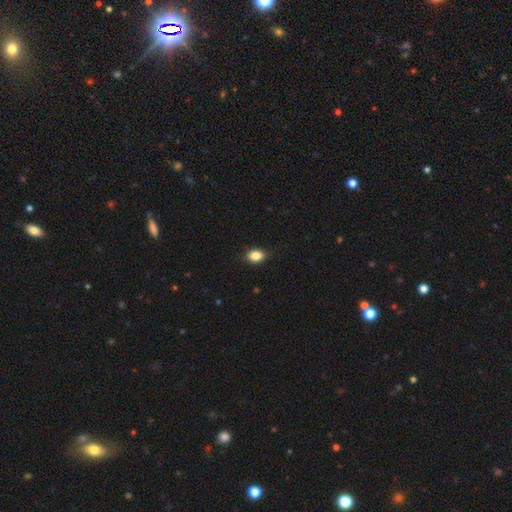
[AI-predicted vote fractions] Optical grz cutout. It shows a smooth galaxy with no disk features (86%) that is in between round and cigar-shaped (79%). Merging: none (86%).